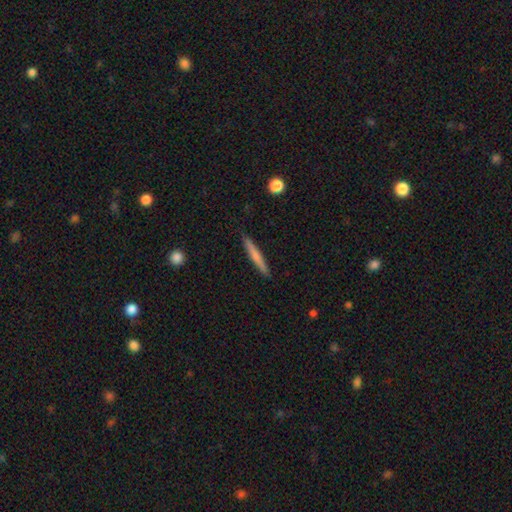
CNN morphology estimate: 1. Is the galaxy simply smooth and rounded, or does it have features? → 62% smooth, 32% featured or disk, 6% star or artifact.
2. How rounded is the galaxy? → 96% cigar-shaped, 3% in between, 2% round.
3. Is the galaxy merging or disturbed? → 90% none, 7% minor disturbance, 1% major disturbance, 1% merger.